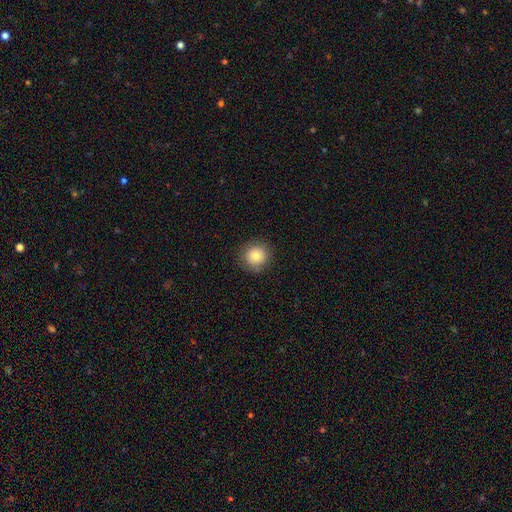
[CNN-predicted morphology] Overall: smooth (79%). How rounded: round (90%). Merging: none (87%).